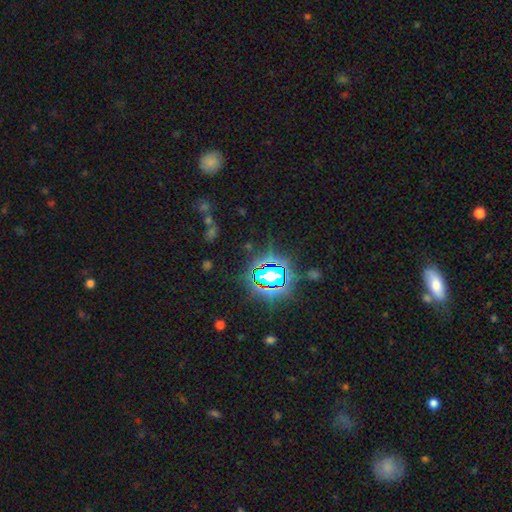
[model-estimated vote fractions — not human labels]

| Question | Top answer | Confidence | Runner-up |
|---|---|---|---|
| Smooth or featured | star or artifact | 76% | smooth (15%) |